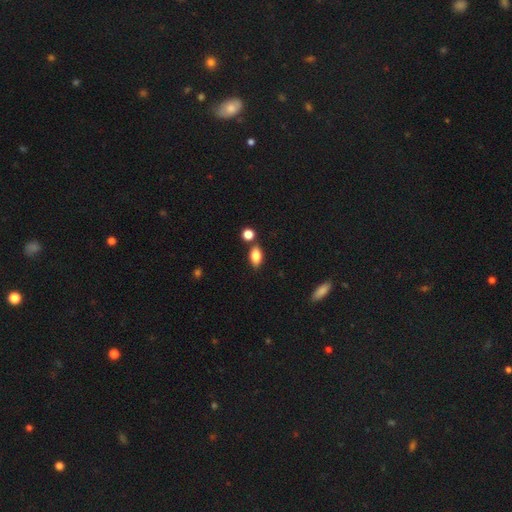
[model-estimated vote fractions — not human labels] Morphology: type=smooth (85%); roundness=in between (88%); merging=none (75%).